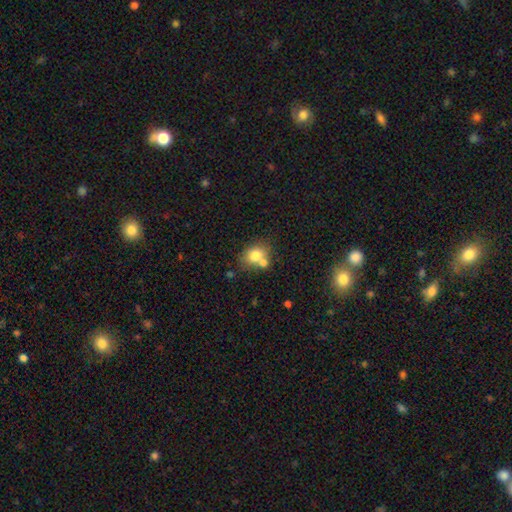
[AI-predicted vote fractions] smooth-or-featured: smooth: 75% | featured or disk: 15% | star or artifact: 10%
  how-rounded: round: 50% | in between: 49% | cigar-shaped: 1%
  merging: none: 50% | merger: 33% | minor disturbance: 12% | major disturbance: 4%